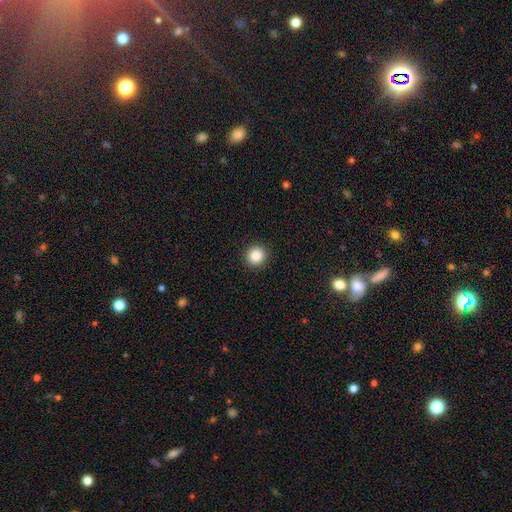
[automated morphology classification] A smooth galaxy with no disk features (86%) that is round (94%).

Vote fractions:
- Smooth or featured? smooth: 86% / star or artifact: 10% / featured or disk: 5%
- How rounded? round: 94% / in between: 5% / cigar-shaped: 1%
- Merging? none: 93% / minor disturbance: 4% / major disturbance: 2% / merger: 1%